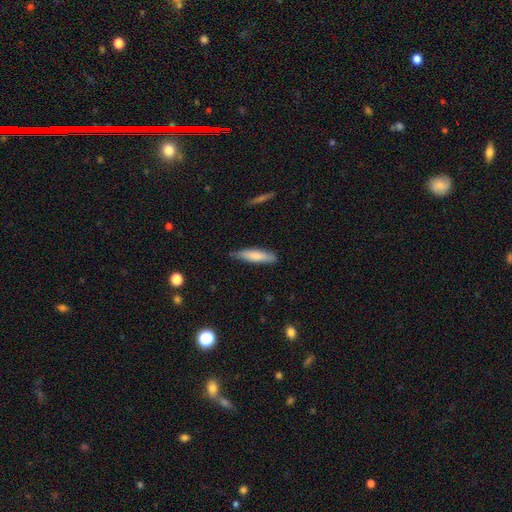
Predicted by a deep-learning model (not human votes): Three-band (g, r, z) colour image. It shows a smooth galaxy with no disk features (78%) that is cigar-shaped (76%). Merging: none (74%).